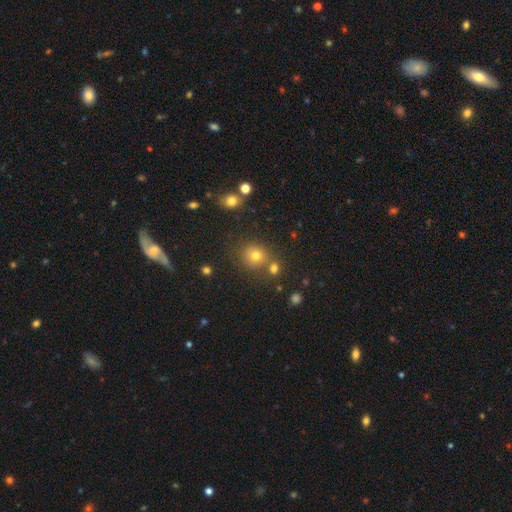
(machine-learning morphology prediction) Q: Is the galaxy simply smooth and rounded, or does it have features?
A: smooth — 68%.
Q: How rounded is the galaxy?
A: round — 86%.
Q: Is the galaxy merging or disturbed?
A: none — 73%.